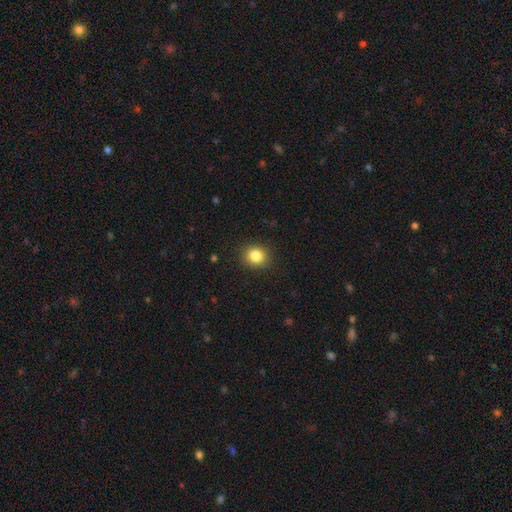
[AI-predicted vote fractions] A smooth galaxy with no disk features (84%) that is round (78%).

Vote fractions:
- Smooth or featured? smooth: 84% / star or artifact: 10% / featured or disk: 6%
- How rounded? round: 78% / in between: 21% / cigar-shaped: 1%
- Merging? none: 90% / minor disturbance: 7% / major disturbance: 2% / merger: 1%